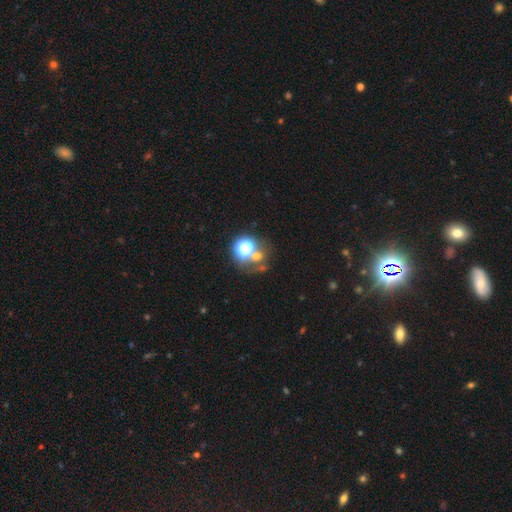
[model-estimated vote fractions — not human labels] smooth 46%, star or artifact 39%, featured or disk 15%. Down the decision tree: merging — none (51%).